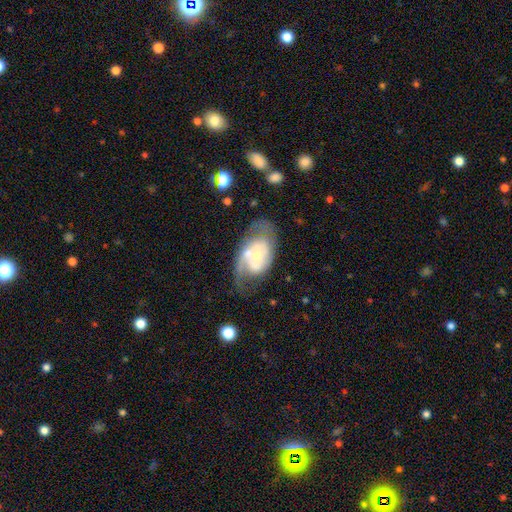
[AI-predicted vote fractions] This appears to be a featured or disk galaxy (73%) with no bar (64%), 2 (61%) medium (43%) spiral arms (81%) and a small central bulge (53%). Merging: none (46%).